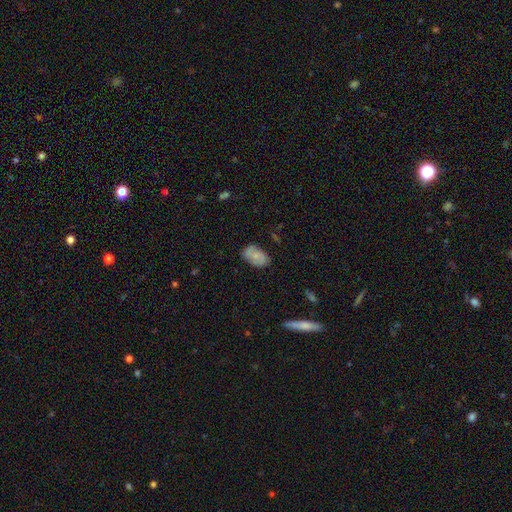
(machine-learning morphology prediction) A smooth galaxy with no disk features (64%) that is in between round and cigar-shaped (90%). Merging: none (74%).